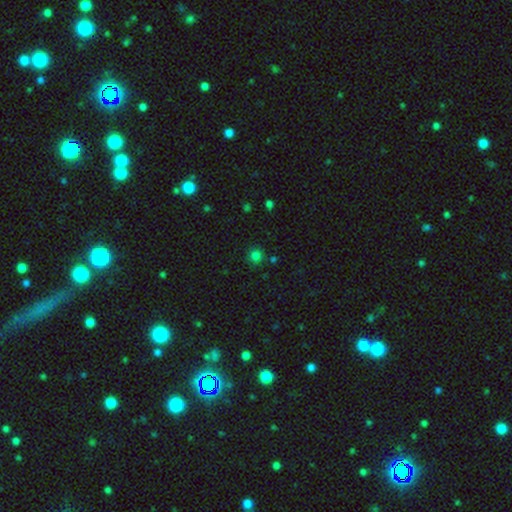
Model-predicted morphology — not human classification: A smooth galaxy with no disk features (79%) that is round (92%). Merging: none (84%).